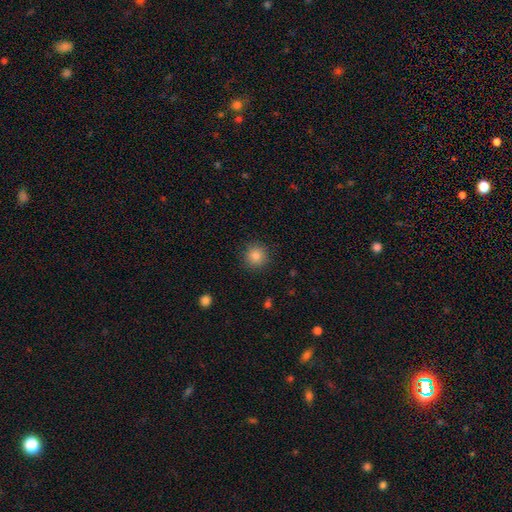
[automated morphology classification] A smooth galaxy with no disk features (83%) that is round (93%).

Vote fractions:
- Smooth or featured? smooth: 83% / star or artifact: 11% / featured or disk: 6%
- How rounded? round: 93% / in between: 6% / cigar-shaped: 1%
- Merging? none: 90% / minor disturbance: 7% / major disturbance: 2% / merger: 1%